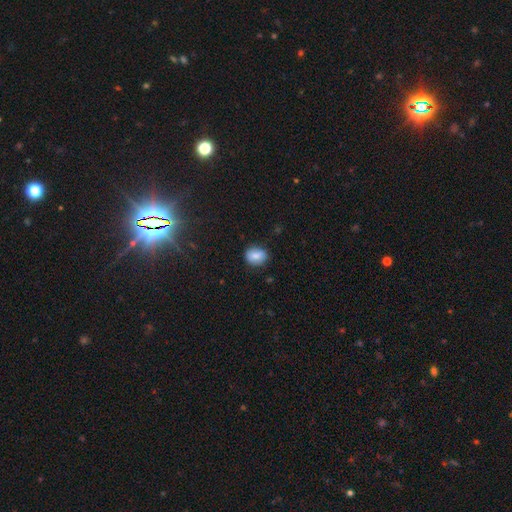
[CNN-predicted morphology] A smooth galaxy with no disk features (81%) that is in between round and cigar-shaped (50%). Merging: none (80%).